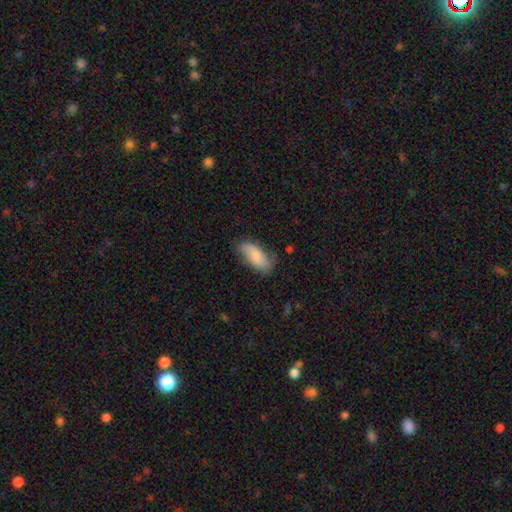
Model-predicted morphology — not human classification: Smooth or featured?
  - smooth: 60% *
  - featured or disk: 33%
  - star or artifact: 7%
How rounded?
  - in between: 87% *
  - cigar-shaped: 11%
  - round: 3%
Merging?
  - none: 62% *
  - minor disturbance: 27%
  - major disturbance: 9%
  - merger: 2%